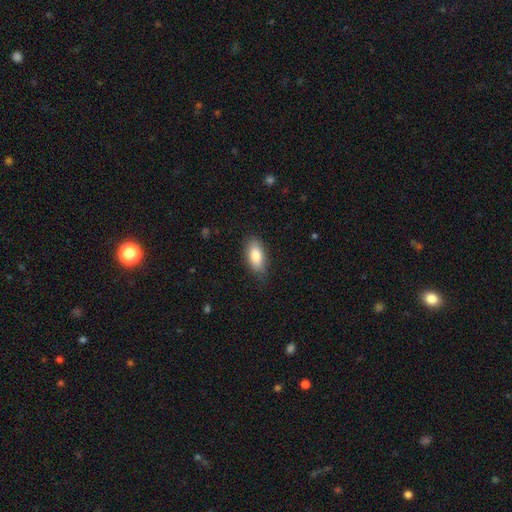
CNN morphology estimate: Overall: smooth (83%). How rounded: in between (87%). Merging: none (80%).